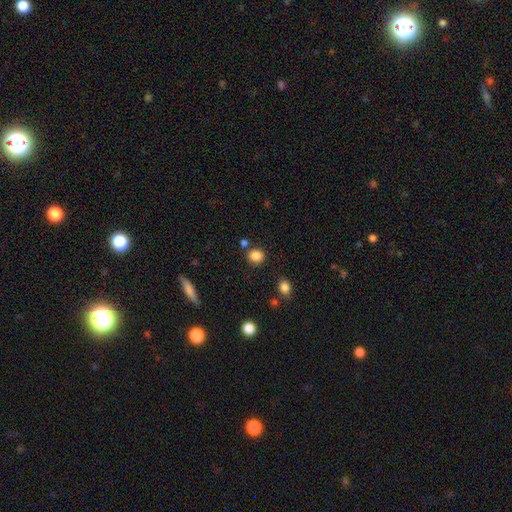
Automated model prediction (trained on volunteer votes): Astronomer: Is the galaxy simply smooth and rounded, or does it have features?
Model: smooth — 84%.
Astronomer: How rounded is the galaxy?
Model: round — 82%.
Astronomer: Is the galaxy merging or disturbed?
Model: none — 81%.